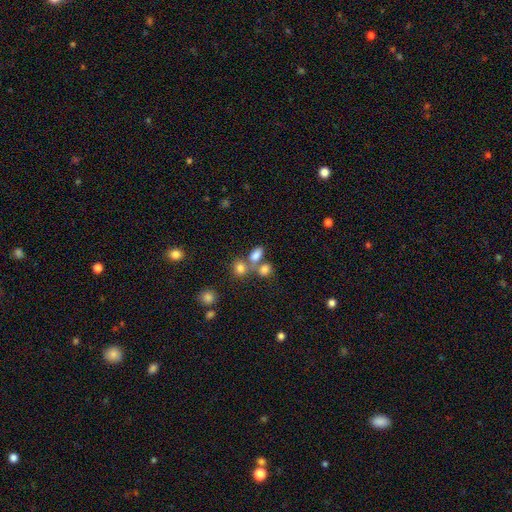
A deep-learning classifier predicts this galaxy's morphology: This is likely a smooth galaxy (77%). How rounded: likely in between (78%). Merging: marginally none (44%).